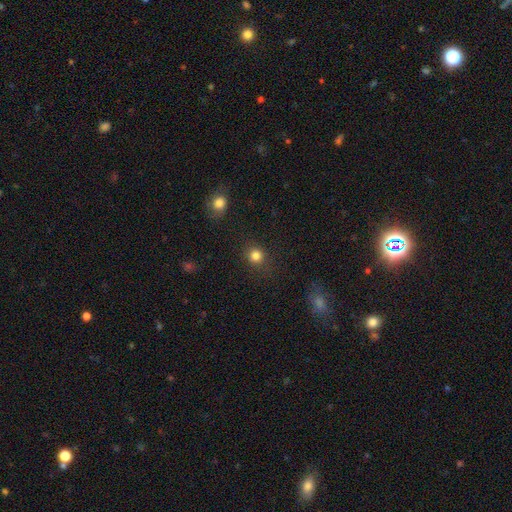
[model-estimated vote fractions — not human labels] Q: Smooth or featured?
A: smooth (83%); runner-up: star or artifact (13%)
Q: How rounded?
A: round (90%); runner-up: in between (9%)
Q: Merging?
A: none (86%); runner-up: minor disturbance (9%)